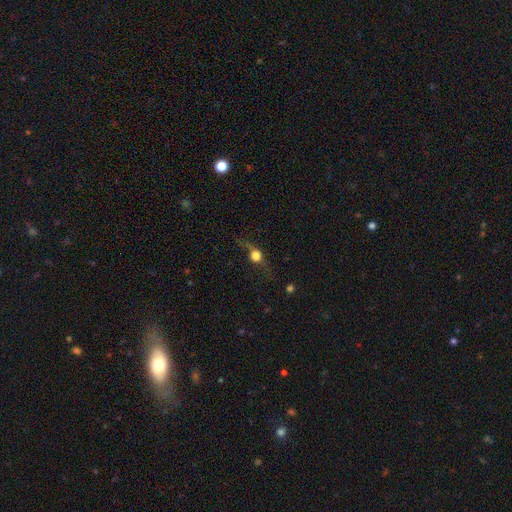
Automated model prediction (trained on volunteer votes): Smooth or featured?
  - smooth: 46% *
  - featured or disk: 38%
  - star or artifact: 16%
Merging?
  - none: 54% *
  - major disturbance: 23%
  - minor disturbance: 19%
  - merger: 4%